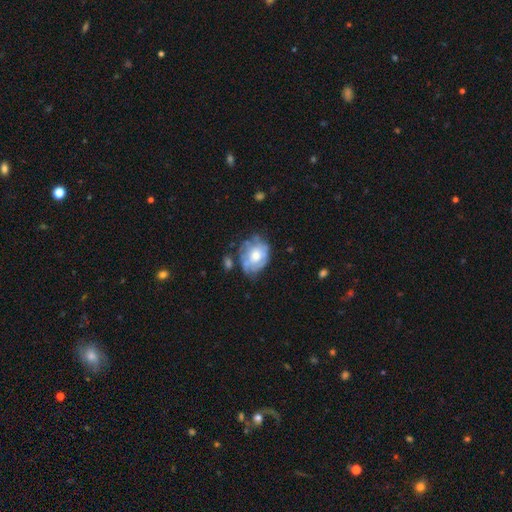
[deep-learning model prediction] A featured or disk galaxy (57%) with no bar (83%), spiral arms (51%) and a moderate central bulge (60%).

Vote fractions:
- Smooth or featured? featured or disk: 57% / smooth: 36% / star or artifact: 7%
- Edge-on disk? no: 97% / yes: 3%
- Bar? no: 83% / weak: 15% / strong: 3%
- Spiral arms? yes: 51% / no: 49%
- Bulge size? moderate: 60% / small: 19% / large: 16% / none: 3% / dominant: 2%
- Merging? none: 50% / minor disturbance: 28% / major disturbance: 16% / merger: 7%